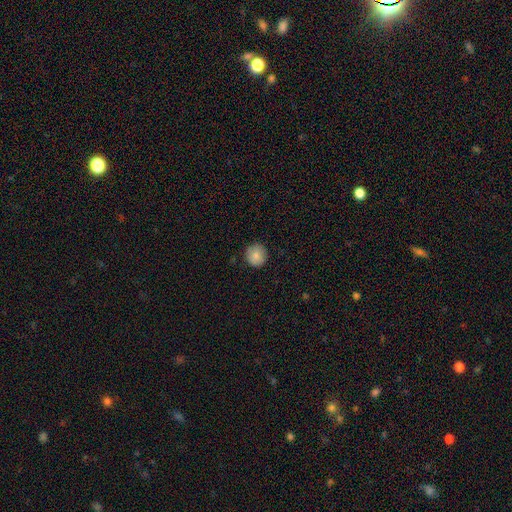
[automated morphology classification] This appears to be a smooth galaxy with no disk features (84%) that is round (93%). Merging: none (89%).